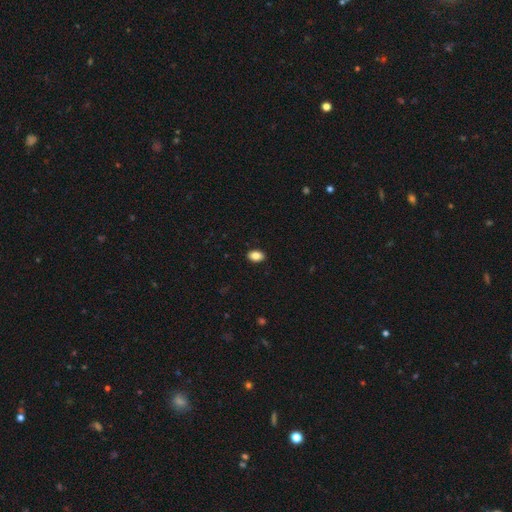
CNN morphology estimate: This is clearly a smooth galaxy (86%). How rounded: clearly in between (86%). Merging: clearly none (90%).